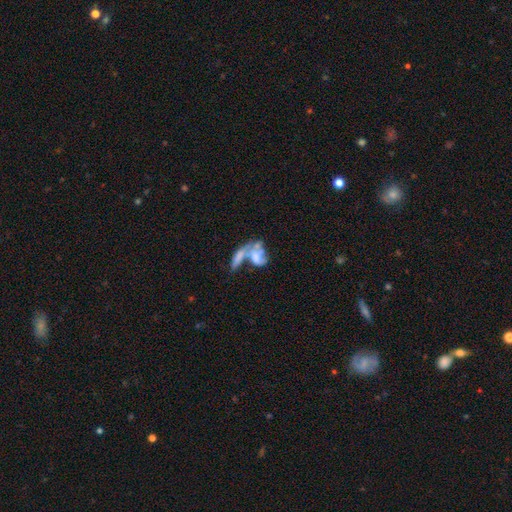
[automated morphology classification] smooth-or-featured: featured or disk: 47% | smooth: 44% | star or artifact: 9%
  merging: merger: 64% | major disturbance: 17% | none: 12% | minor disturbance: 7%